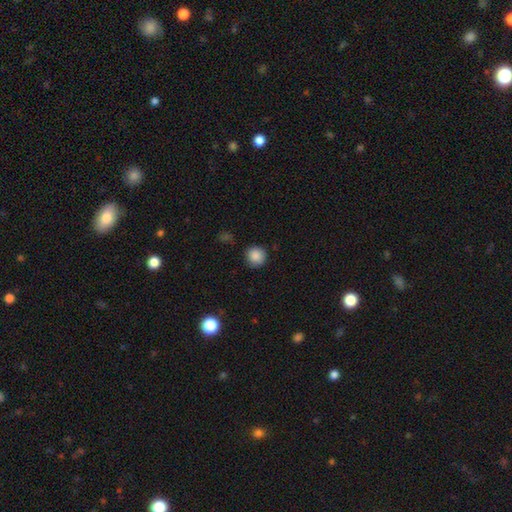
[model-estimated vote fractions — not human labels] smooth_or_featured: smooth (p=0.87) [alt: star or artifact p=0.09]
how_rounded: round (p=0.94) [alt: in between p=0.05]
merging: none (p=0.87) [alt: minor disturbance p=0.09]